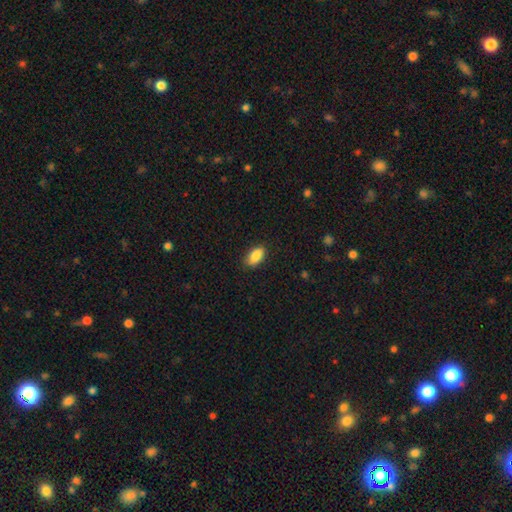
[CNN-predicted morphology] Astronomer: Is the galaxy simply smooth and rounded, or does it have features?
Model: smooth — 88%.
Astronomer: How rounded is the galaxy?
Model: in between — 91%.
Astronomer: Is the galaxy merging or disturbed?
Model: none — 83%.